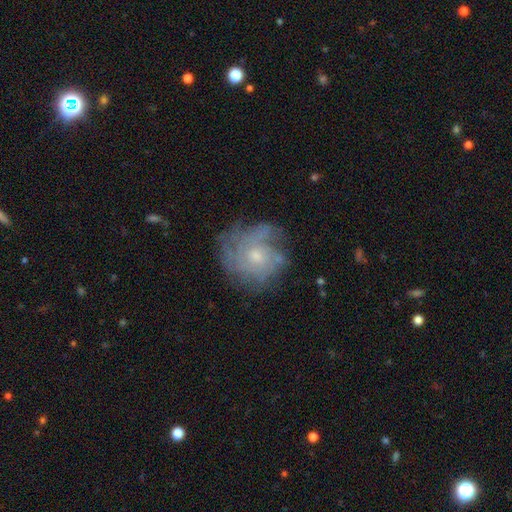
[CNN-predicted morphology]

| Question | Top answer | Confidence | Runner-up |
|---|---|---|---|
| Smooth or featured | featured or disk | 68% | smooth (23%) |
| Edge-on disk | no | 97% | yes (3%) |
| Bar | no | 81% | weak (17%) |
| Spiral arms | yes | 79% | no (21%) |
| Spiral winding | tight | 58% | medium (29%) |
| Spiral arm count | can't tell | 51% | 4 (14%) |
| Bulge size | small | 53% | moderate (41%) |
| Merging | none | 63% | minor disturbance (22%) |